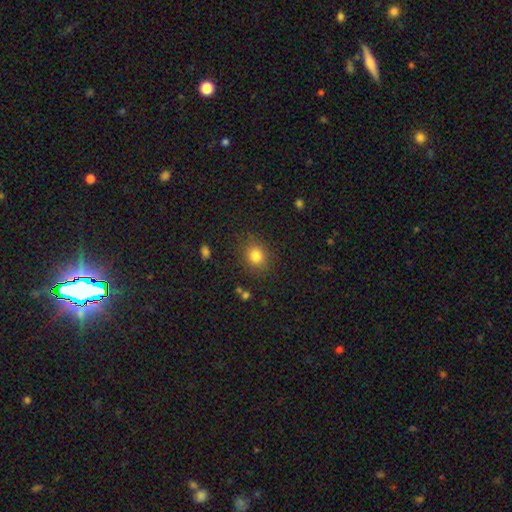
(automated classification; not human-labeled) The model was most divided on "how rounded": round: 72%, in between: 27%, cigar-shaped: 1%. More confident: merging — none (84%); smooth or featured — smooth (81%).